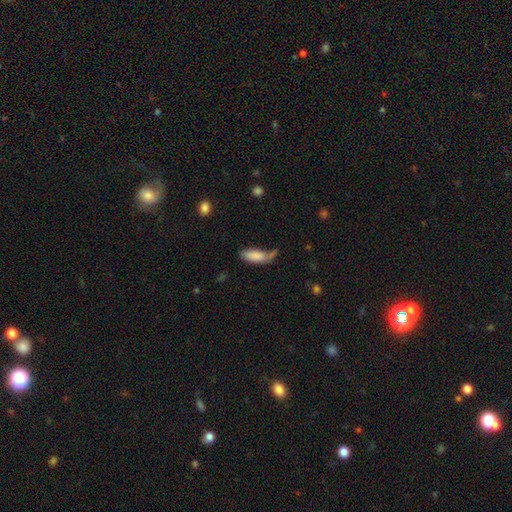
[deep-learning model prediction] Smooth or featured: smooth — 81% (featured or disk — 12%)
How rounded: in between — 75% (cigar-shaped — 23%)
Merging: none — 41% (minor disturbance — 29%)